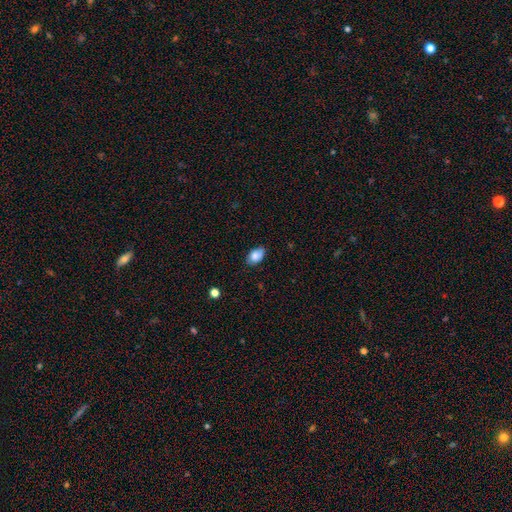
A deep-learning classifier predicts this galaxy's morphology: Smooth or featured?
  - smooth: 81% *
  - featured or disk: 11%
  - star or artifact: 8%
How rounded?
  - in between: 90% *
  - round: 9%
  - cigar-shaped: 1%
Merging?
  - none: 74% *
  - minor disturbance: 21%
  - major disturbance: 3%
  - merger: 1%